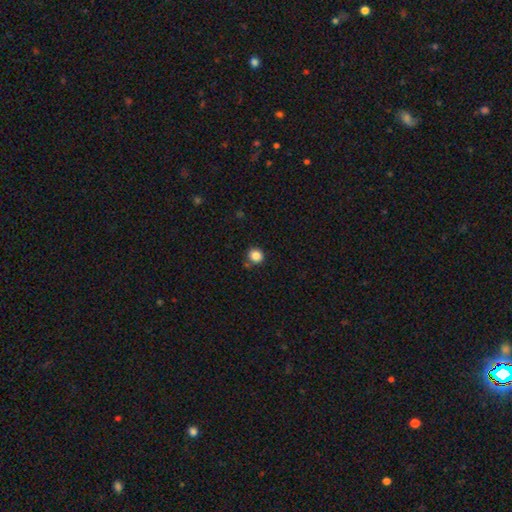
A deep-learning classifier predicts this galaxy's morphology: Q: Smooth or featured?
A: smooth (85%); runner-up: star or artifact (11%)
Q: How rounded?
A: round (88%); runner-up: in between (11%)
Q: Merging?
A: none (83%); runner-up: minor disturbance (10%)